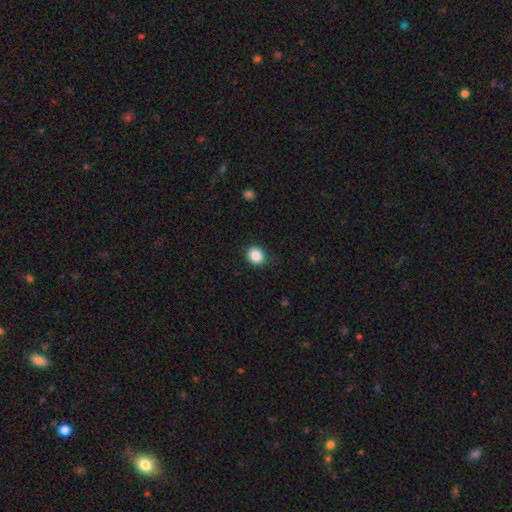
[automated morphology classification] Smooth or featured? Predicted: smooth (p=0.87). How rounded? Predicted: round (p=0.69). Merging? Predicted: none (p=0.84).